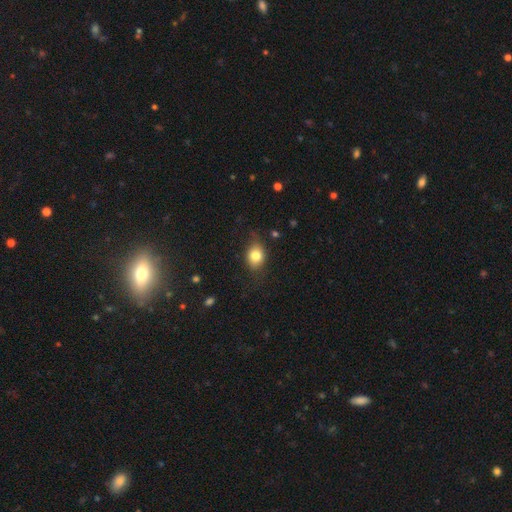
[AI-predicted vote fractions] Overall: smooth (79%). How rounded: in between (55%; round 44%). Merging: none (71%).